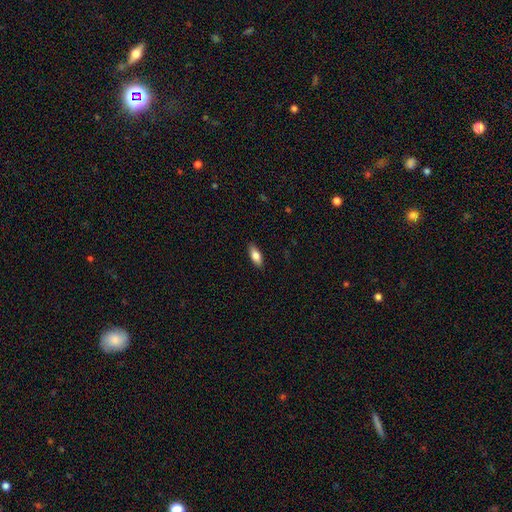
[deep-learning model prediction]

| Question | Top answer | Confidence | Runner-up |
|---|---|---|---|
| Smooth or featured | smooth | 79% | featured or disk (14%) |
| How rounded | in between | 76% | cigar-shaped (21%) |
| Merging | none | 88% | minor disturbance (9%) |